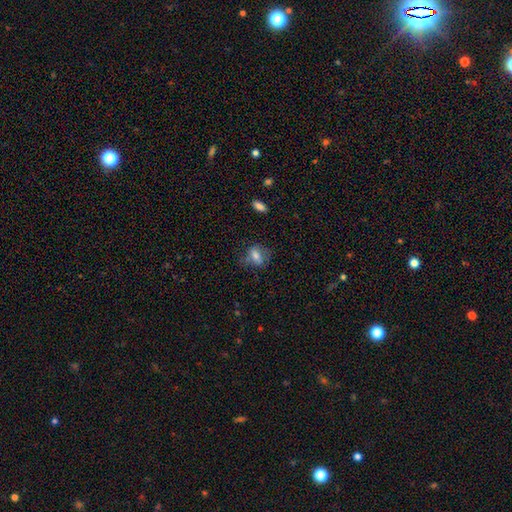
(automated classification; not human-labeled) Smooth or featured?
  - smooth: 68% *
  - featured or disk: 22%
  - star or artifact: 9%
How rounded?
  - in between: 68% *
  - round: 28%
  - cigar-shaped: 4%
Merging?
  - none: 61% *
  - minor disturbance: 24%
  - major disturbance: 12%
  - merger: 3%